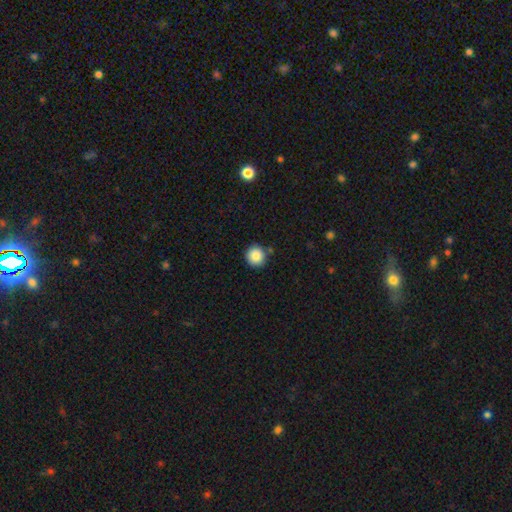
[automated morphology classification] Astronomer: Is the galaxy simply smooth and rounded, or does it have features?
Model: smooth — 86%.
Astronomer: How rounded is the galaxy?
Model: round — 93%.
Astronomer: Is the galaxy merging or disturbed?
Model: none — 84%.